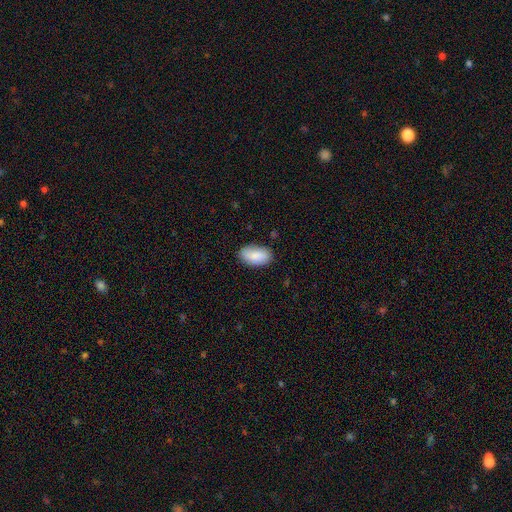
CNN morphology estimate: This is clearly a smooth galaxy (86%). How rounded: clearly in between (94%). Merging: clearly none (83%).